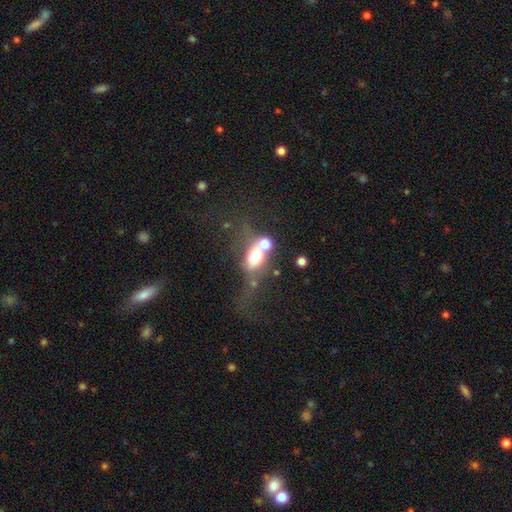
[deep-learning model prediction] This appears to be a smooth galaxy with no disk features (58%) that is in between round and cigar-shaped (63%). Merging: merger (46%).